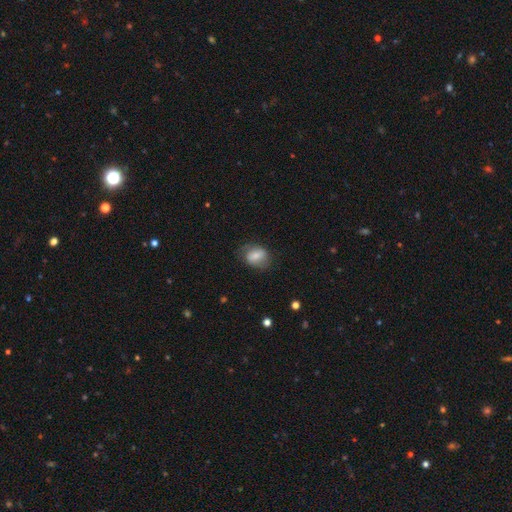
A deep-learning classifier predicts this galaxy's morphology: Smooth or featured?
  - smooth: 62% *
  - featured or disk: 30%
  - star or artifact: 8%
How rounded?
  - in between: 65% *
  - round: 34%
  - cigar-shaped: 1%
Merging?
  - none: 62% *
  - minor disturbance: 25%
  - major disturbance: 12%
  - merger: 1%